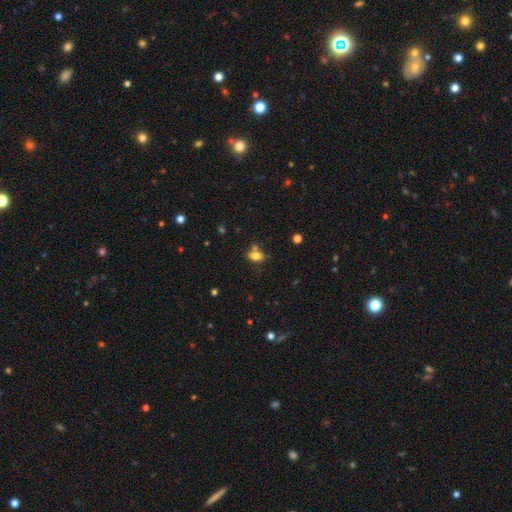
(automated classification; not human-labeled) This is likely a smooth galaxy (74%). How rounded: likely in between (80%). Merging: possibly none (55%).